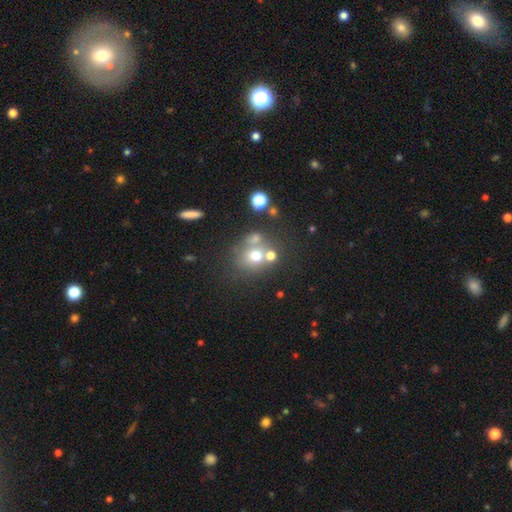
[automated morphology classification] This is likely a smooth galaxy (63%). How rounded: likely round (77%). Merging: possibly none (53%).